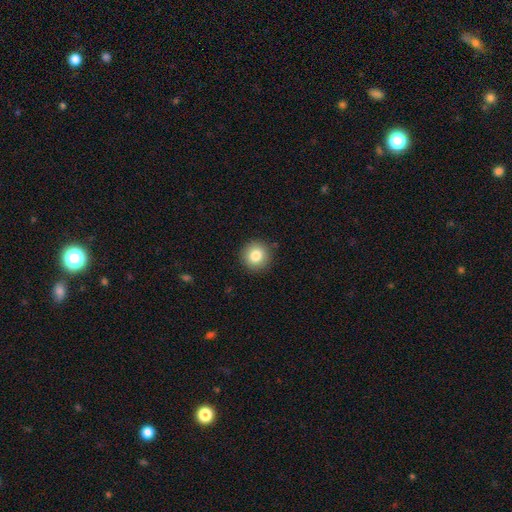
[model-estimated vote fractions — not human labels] This is clearly a smooth galaxy (83%). How rounded: clearly round (92%). Merging: clearly none (90%).